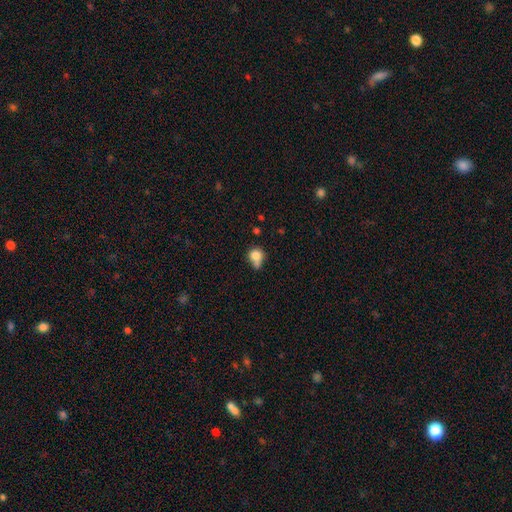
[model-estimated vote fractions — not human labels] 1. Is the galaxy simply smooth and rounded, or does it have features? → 80% smooth, 10% star or artifact, 10% featured or disk.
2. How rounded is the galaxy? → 76% round, 22% in between, 1% cigar-shaped.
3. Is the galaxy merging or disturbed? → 39% none, 27% merger, 24% minor disturbance, 9% major disturbance.